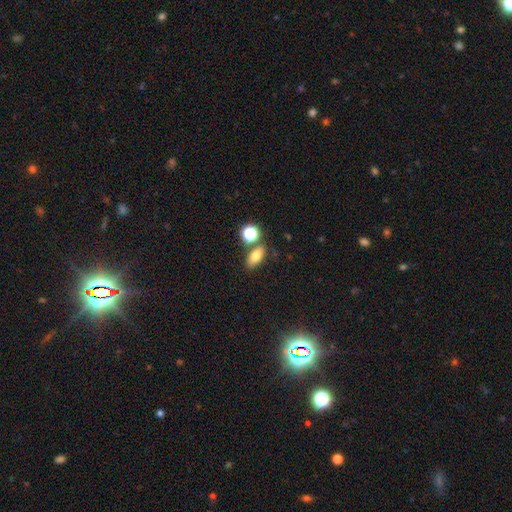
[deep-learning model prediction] This is likely a smooth galaxy (75%). How rounded: clearly in between (80%). Merging: likely none (71%).